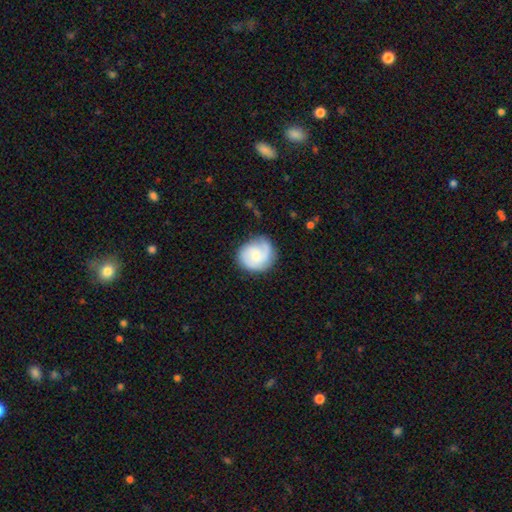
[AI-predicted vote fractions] Smooth or featured: featured or disk — 60% (smooth — 34%)
Edge-on disk: no — 98% (yes — 2%)
Bar: no — 64% (weak — 32%)
Spiral arms: yes — 90% (no — 10%)
Spiral winding: tight — 42% (medium — 40%)
Spiral arm count: 2 — 49% (1 — 24%)
Bulge size: small — 57% (moderate — 35%)
Merging: none — 70% (minor disturbance — 21%)